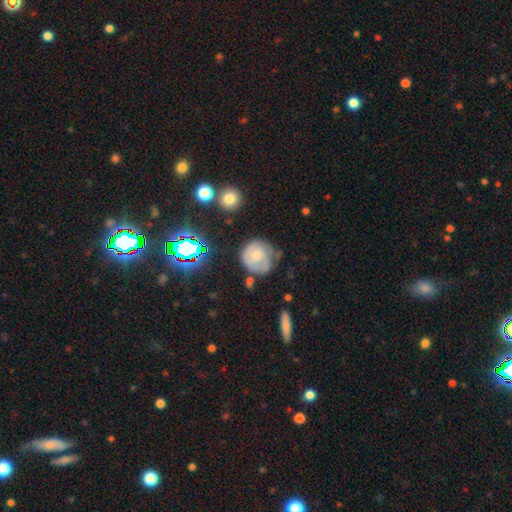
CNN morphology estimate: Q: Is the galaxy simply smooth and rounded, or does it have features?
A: featured or disk — 48%.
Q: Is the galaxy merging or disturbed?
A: none — 46%.